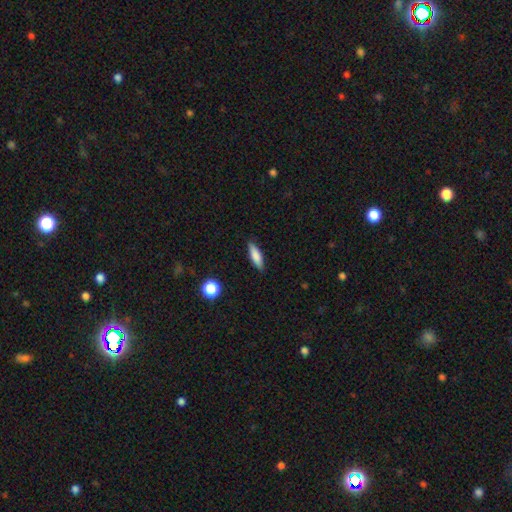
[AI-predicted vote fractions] A smooth galaxy with no disk features (79%) that is cigar-shaped (58%).

Vote fractions:
- Smooth or featured? smooth: 79% / featured or disk: 14% / star or artifact: 7%
- How rounded? cigar-shaped: 58% / in between: 39% / round: 2%
- Merging? none: 87% / minor disturbance: 9% / major disturbance: 2% / merger: 1%